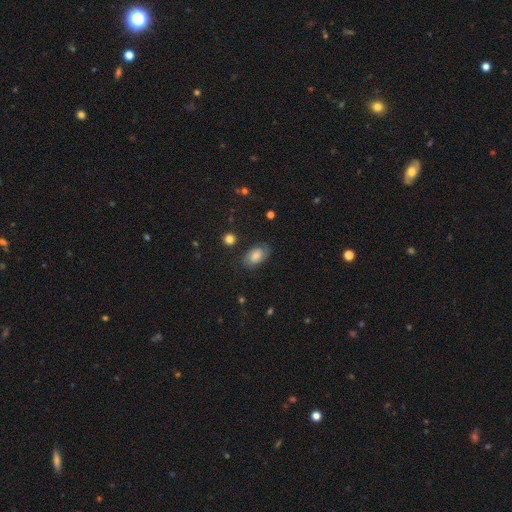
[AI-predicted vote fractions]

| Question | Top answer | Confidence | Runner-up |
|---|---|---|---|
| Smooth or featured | smooth | 55% | featured or disk (35%) |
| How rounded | in between | 90% | round (7%) |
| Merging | none | 77% | minor disturbance (16%) |